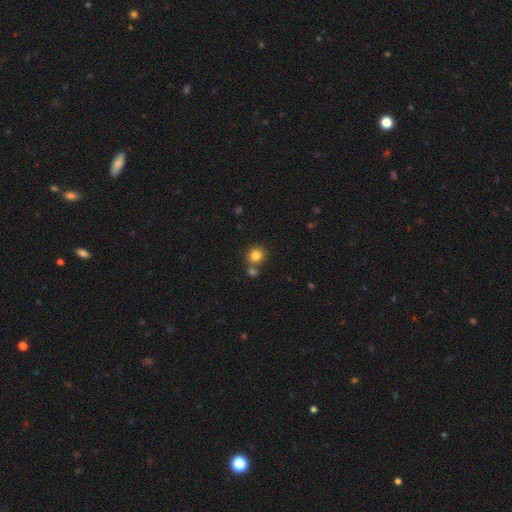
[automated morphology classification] type=smooth (82%); roundness=round (86%); merging=none (63%).